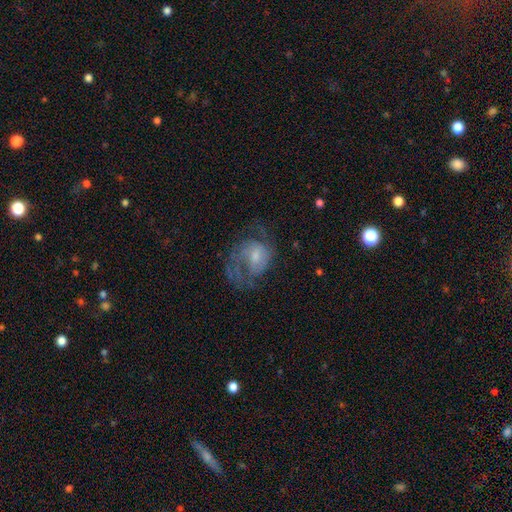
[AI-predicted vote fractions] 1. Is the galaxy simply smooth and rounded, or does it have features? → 70% featured or disk, 20% smooth, 9% star or artifact.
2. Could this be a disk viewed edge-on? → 97% no, 3% yes.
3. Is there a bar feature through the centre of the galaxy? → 54% no, 39% weak, 7% strong.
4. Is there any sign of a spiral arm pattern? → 84% yes, 16% no.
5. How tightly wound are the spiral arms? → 46% medium, 27% tight, 26% loose.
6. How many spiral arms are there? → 45% 2, 24% 1, 21% can't tell, 6% 3, 2% 4, 2% more than 4.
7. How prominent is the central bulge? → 44% small, 37% moderate, 12% none, 6% large, 2% dominant.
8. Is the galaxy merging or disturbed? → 48% none, 31% major disturbance, 19% minor disturbance, 2% merger.